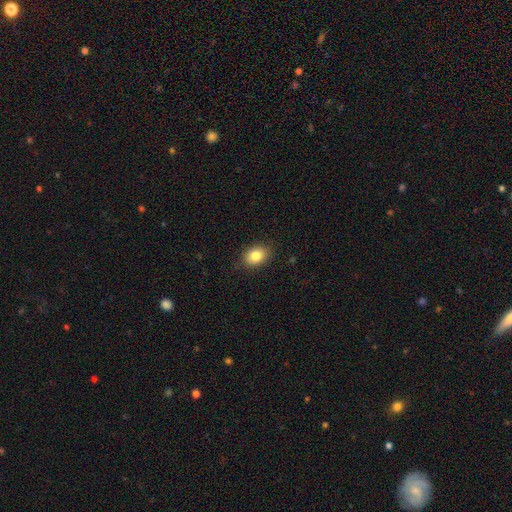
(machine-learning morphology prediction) smooth 83%, star or artifact 9%, featured or disk 8%. Down the decision tree: how rounded — in between (67%); merging — none (85%).